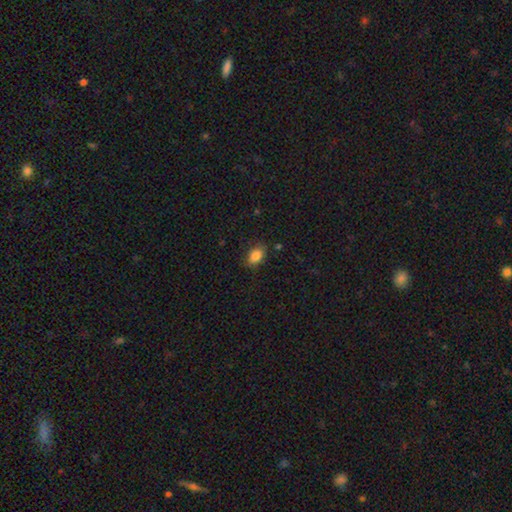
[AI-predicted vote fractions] A smooth galaxy with no disk features (85%) that is in between round and cigar-shaped (81%). Merging: none (81%).